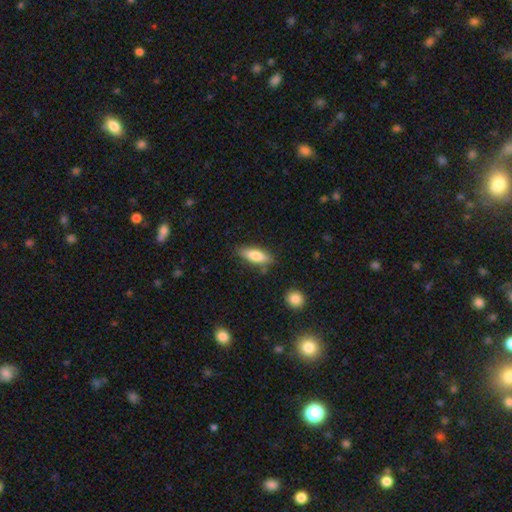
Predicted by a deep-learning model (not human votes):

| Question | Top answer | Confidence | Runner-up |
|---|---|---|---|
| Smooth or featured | smooth | 77% | featured or disk (17%) |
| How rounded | in between | 58% | cigar-shaped (39%) |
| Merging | none | 78% | minor disturbance (15%) |